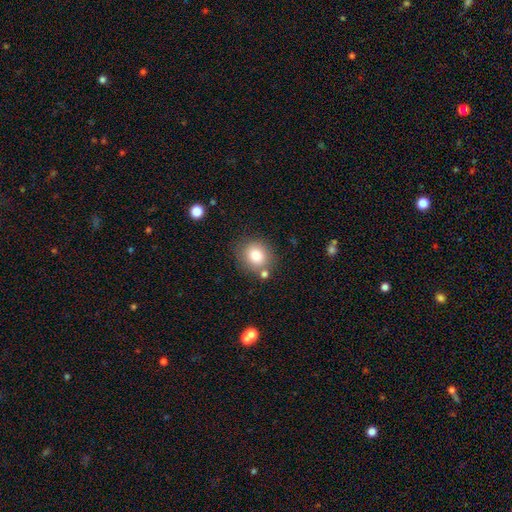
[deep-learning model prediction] The model was most divided on "how rounded": round: 77%, in between: 22%, cigar-shaped: 1%. More confident: smooth or featured — smooth (81%); merging — none (74%).